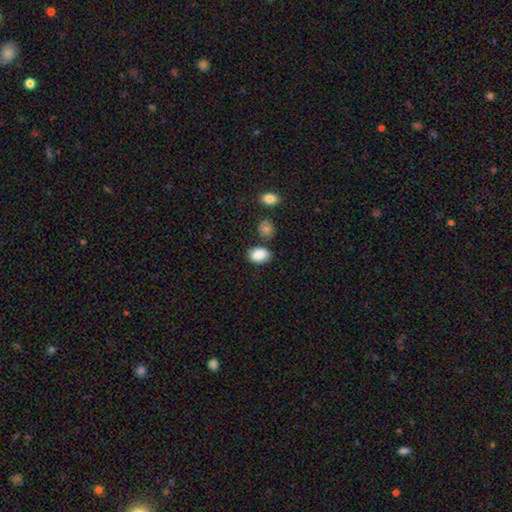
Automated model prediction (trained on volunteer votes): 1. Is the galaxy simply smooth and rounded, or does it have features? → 88% smooth, 8% star or artifact, 4% featured or disk.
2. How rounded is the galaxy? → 79% in between, 20% round, 1% cigar-shaped.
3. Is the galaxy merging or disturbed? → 73% none, 16% minor disturbance, 7% merger, 4% major disturbance.